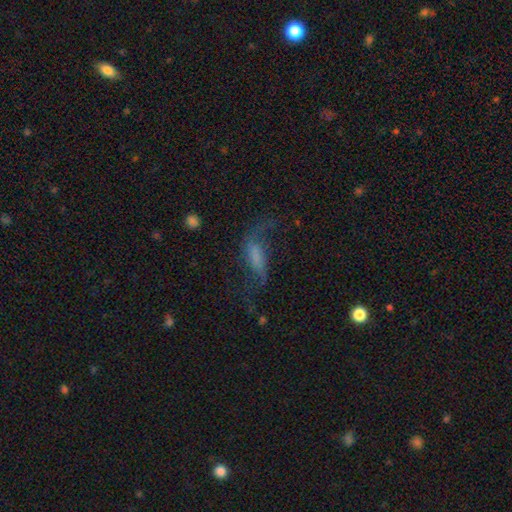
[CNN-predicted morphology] featured or disk 60%, smooth 27%, star or artifact 13%. Down the decision tree: edge-on disk — no (87%); bar — no (37%); spiral arms — yes (82%); bulge size — none (53%); merging — none (46%).